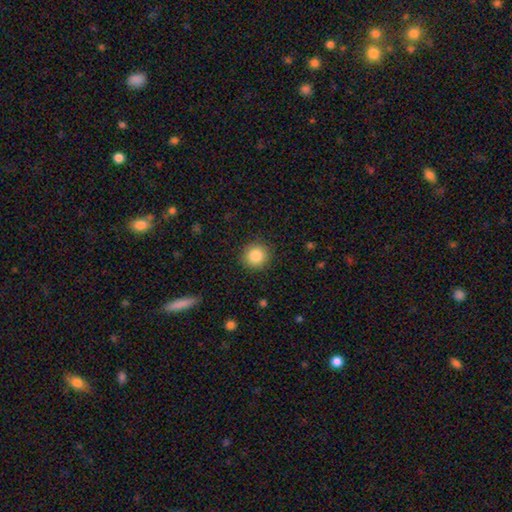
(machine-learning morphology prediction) type=smooth (85%); roundness=round (92%); merging=none (90%).